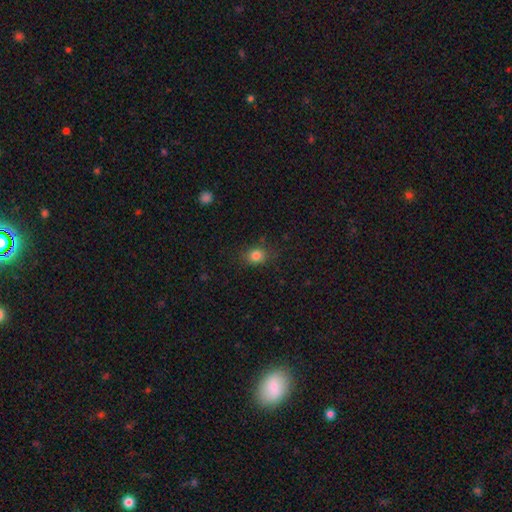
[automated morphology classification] This is clearly a smooth galaxy (82%). How rounded: possibly round (57%). Merging: clearly none (82%).